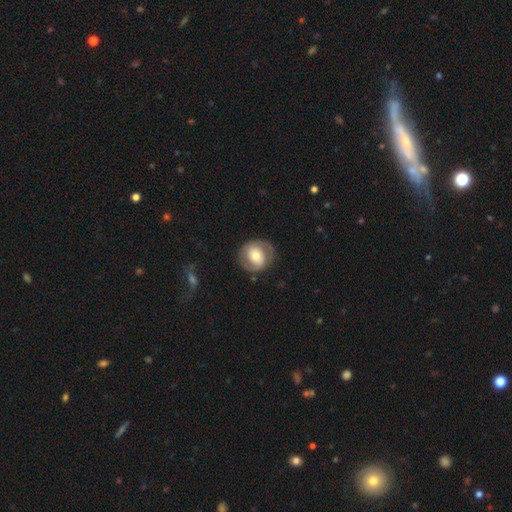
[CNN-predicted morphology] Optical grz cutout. It shows a featured or disk galaxy (54%) with no bar (53%), spiral arms (59%) and a moderate central bulge (61%). Merging: none (77%).